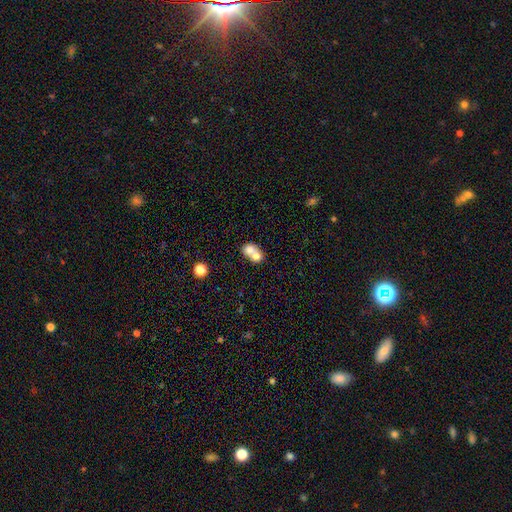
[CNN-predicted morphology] The model was most divided on "how rounded": round: 59%, in between: 39%, cigar-shaped: 1%. More confident: smooth or featured — smooth (69%); merging — merger (69%).